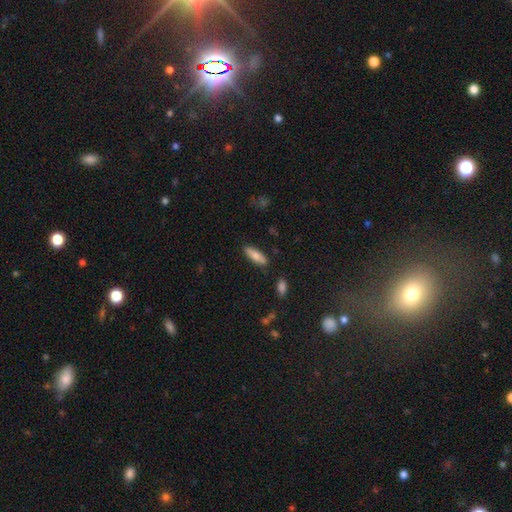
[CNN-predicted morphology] Smooth or featured? smooth (78%)
How rounded? in between (55%)
Merging? none (85%)